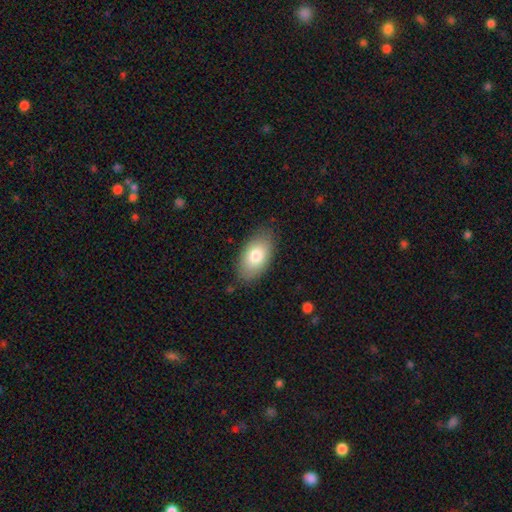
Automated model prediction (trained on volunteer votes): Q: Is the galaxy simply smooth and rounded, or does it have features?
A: smooth — 80%.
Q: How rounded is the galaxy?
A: in between — 94%.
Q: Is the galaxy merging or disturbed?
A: none — 82%.